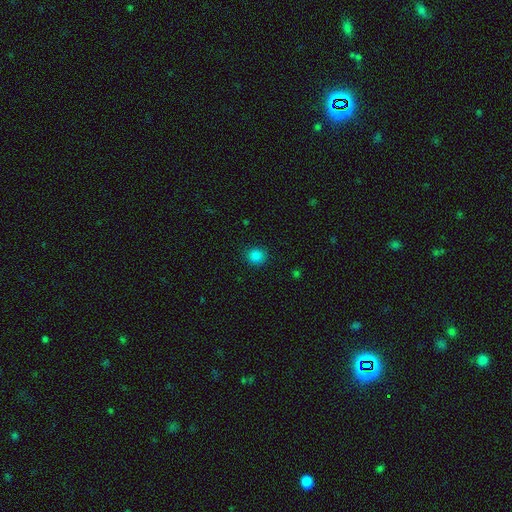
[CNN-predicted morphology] A smooth galaxy with no disk features (84%) that is round (86%). Merging: none (89%).